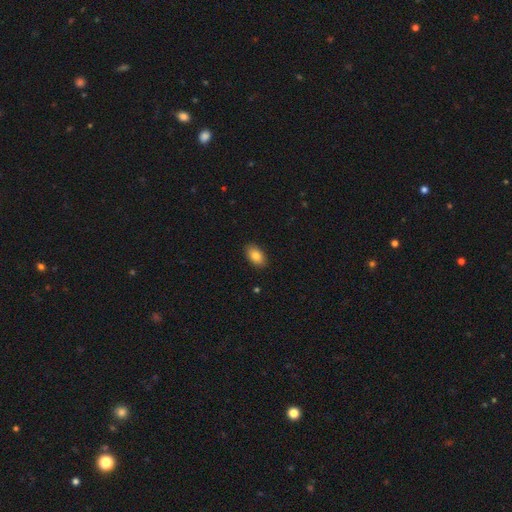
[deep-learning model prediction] Smooth or featured? Predicted: smooth (p=0.86). How rounded? Predicted: in between (p=0.92). Merging? Predicted: none (p=0.89).